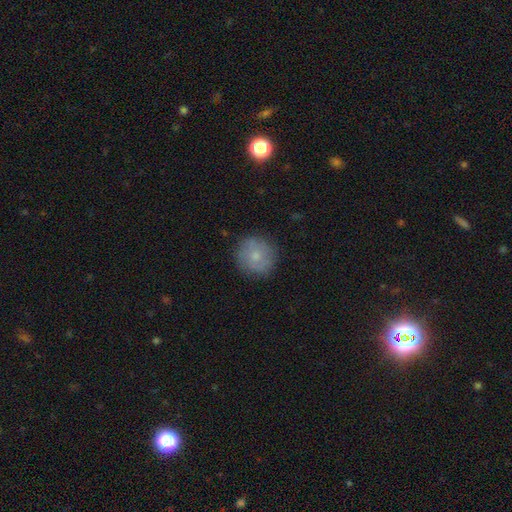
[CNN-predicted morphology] A smooth galaxy with no disk features (70%) that is round (92%).

Vote fractions:
- Smooth or featured? smooth: 70% / featured or disk: 22% / star or artifact: 8%
- How rounded? round: 92% / in between: 7% / cigar-shaped: 1%
- Merging? none: 84% / minor disturbance: 12% / major disturbance: 3% / merger: 1%